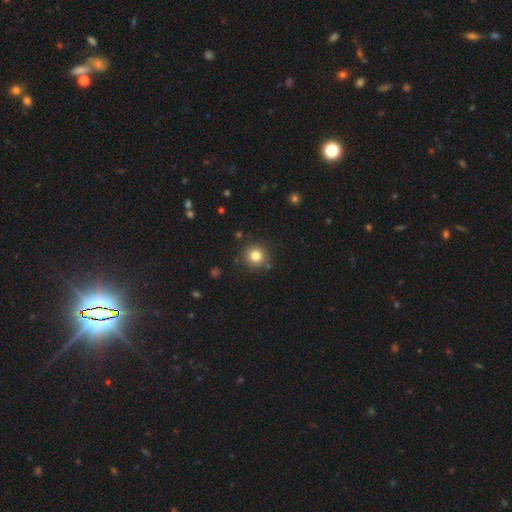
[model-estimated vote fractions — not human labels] Morphology: type=smooth (81%); roundness=round (94%); merging=none (87%).